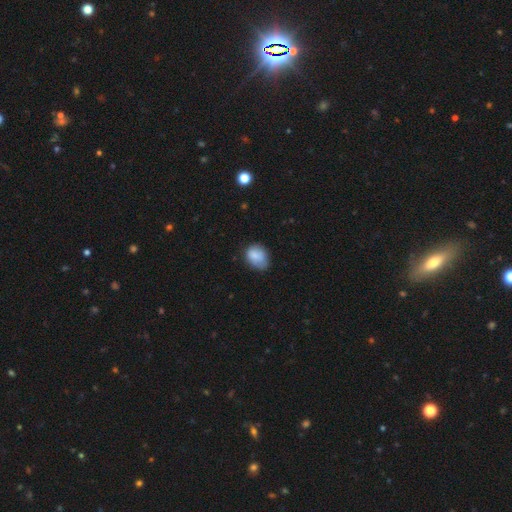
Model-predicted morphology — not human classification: This is clearly a smooth galaxy (82%). How rounded: likely in between (67%). Merging: possibly none (55%).